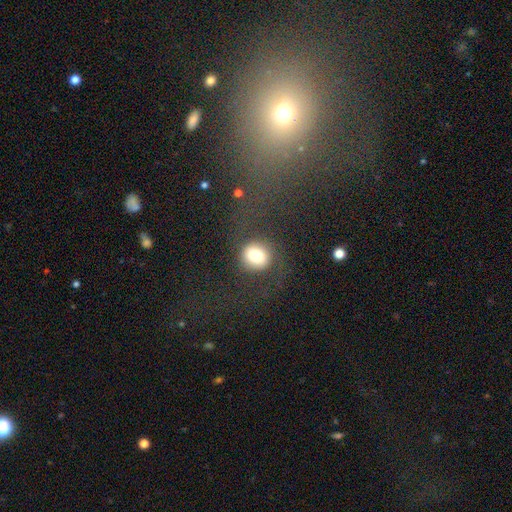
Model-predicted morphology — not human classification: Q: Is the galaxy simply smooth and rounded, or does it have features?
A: smooth — 76%.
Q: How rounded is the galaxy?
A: round — 84%.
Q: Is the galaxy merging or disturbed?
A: none — 70%.